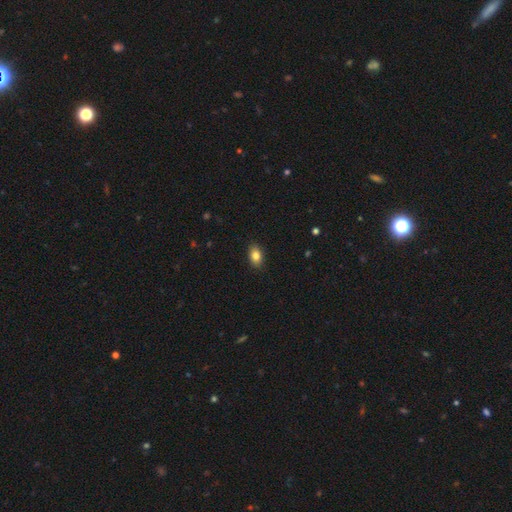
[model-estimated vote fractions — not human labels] Smooth or featured?
  - smooth: 83% *
  - star or artifact: 9%
  - featured or disk: 8%
How rounded?
  - in between: 86% *
  - round: 13%
  - cigar-shaped: 2%
Merging?
  - none: 89% *
  - minor disturbance: 8%
  - major disturbance: 2%
  - merger: 1%